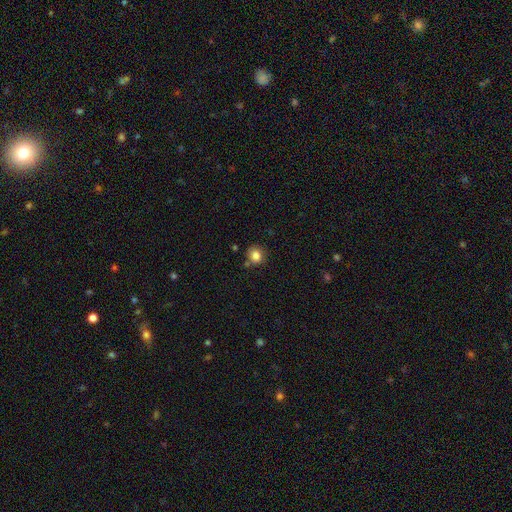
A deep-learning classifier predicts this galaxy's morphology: Overall: smooth (83%). How rounded: round (83%). Merging: none (76%).